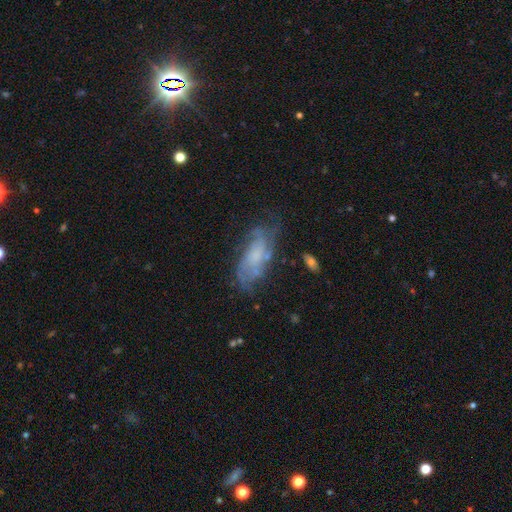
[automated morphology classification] Overall: featured or disk (59%; smooth 31%). Edge-on disk: no (87%). Bar: no (70%). Spiral arms: yes (75%). Bulge size: small (37%; none 35%). Merging: none (59%; minor disturbance 23%).